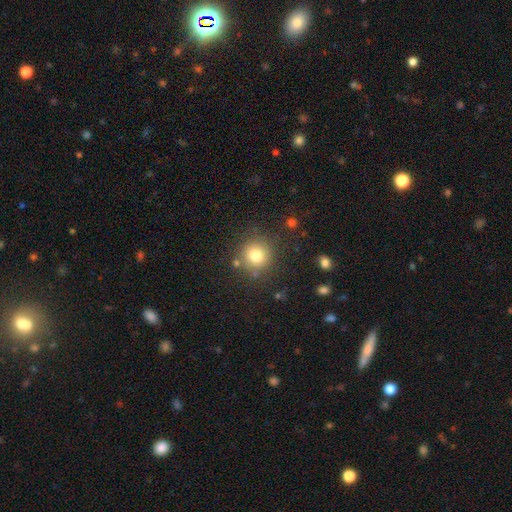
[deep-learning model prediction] smooth 80%, star or artifact 12%, featured or disk 8%. Down the decision tree: how rounded — round (92%); merging — none (83%).